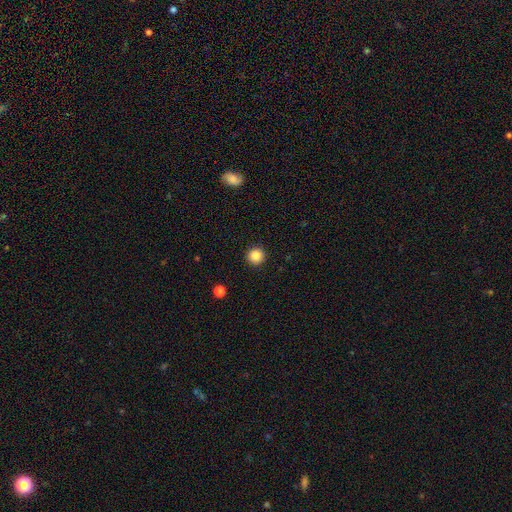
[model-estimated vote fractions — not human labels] This is clearly a smooth galaxy (86%). How rounded: clearly round (96%). Merging: clearly none (93%).